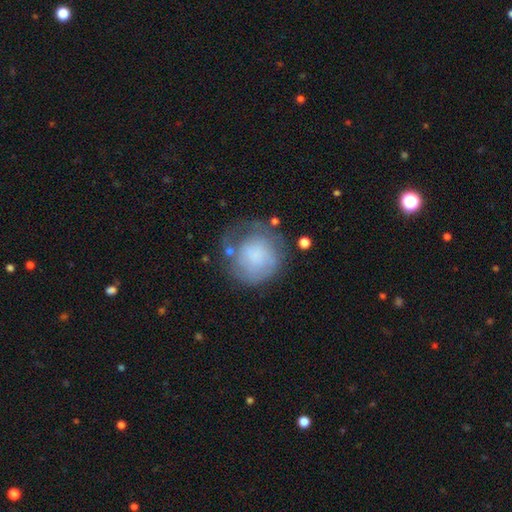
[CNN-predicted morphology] Smooth or featured? Predicted: smooth (p=0.54). How rounded? Predicted: round (p=0.87). Merging? Predicted: none (p=0.50).